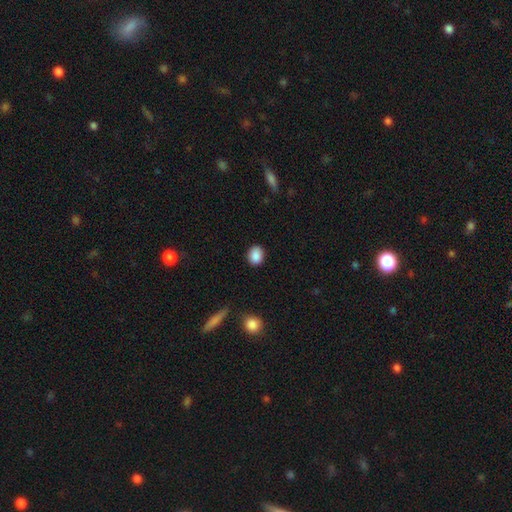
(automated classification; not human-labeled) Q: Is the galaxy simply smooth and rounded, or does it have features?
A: smooth — 88%.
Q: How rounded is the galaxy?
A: round — 53%.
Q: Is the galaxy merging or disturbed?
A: none — 87%.